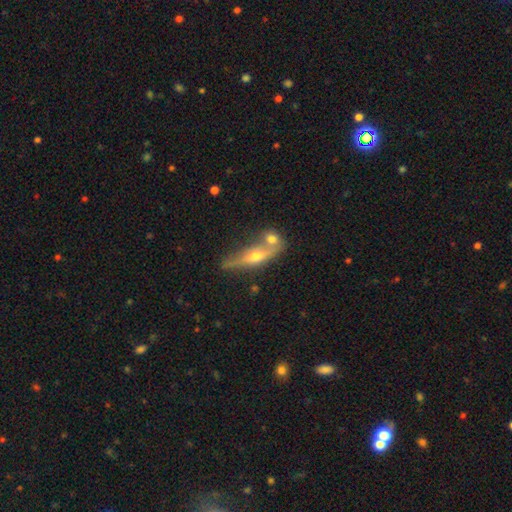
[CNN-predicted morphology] Smooth or featured?
  - featured or disk: 66% *
  - smooth: 27%
  - star or artifact: 7%
Edge-on disk?
  - yes: 86% *
  - no: 14%
Edge-on bulge?
  - rounded: 92% *
  - none: 4%
  - boxy: 3%
Merging?
  - none: 52% *
  - merger: 29%
  - minor disturbance: 14%
  - major disturbance: 5%